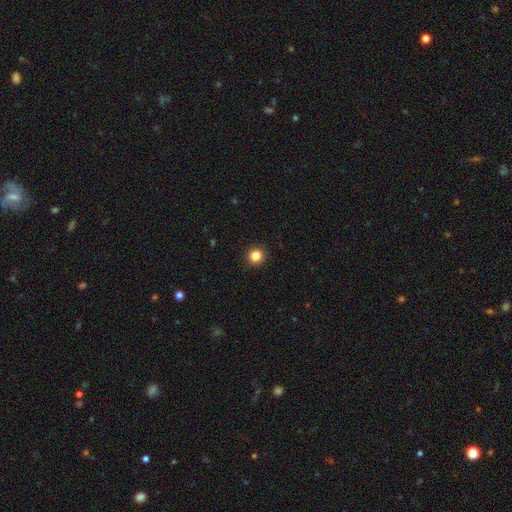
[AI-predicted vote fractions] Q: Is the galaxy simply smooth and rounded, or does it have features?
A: smooth — 85%.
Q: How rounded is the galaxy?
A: round — 91%.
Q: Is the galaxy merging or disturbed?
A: none — 92%.